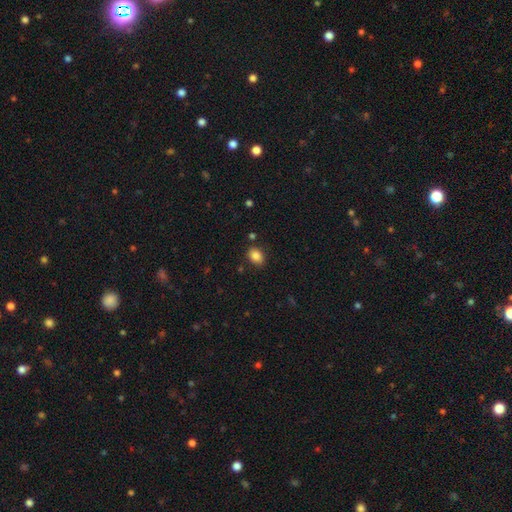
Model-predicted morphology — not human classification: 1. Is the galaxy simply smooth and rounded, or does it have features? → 84% smooth, 9% star or artifact, 7% featured or disk.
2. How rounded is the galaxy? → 77% in between, 22% round, 1% cigar-shaped.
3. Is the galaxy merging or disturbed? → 83% none, 11% minor disturbance, 3% merger, 3% major disturbance.